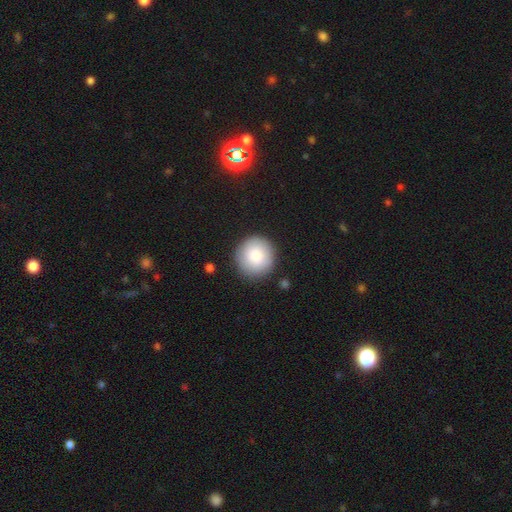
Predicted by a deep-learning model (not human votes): Smooth or featured? Predicted: smooth (p=0.87). How rounded? Predicted: round (p=0.92). Merging? Predicted: none (p=0.87).